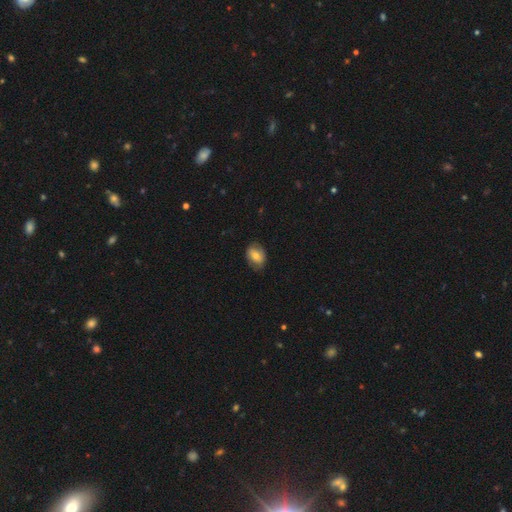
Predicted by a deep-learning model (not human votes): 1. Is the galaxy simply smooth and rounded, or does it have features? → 68% smooth, 24% featured or disk, 8% star or artifact.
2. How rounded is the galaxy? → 76% in between, 23% round, 1% cigar-shaped.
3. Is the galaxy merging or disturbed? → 77% none, 18% minor disturbance, 4% major disturbance, 1% merger.